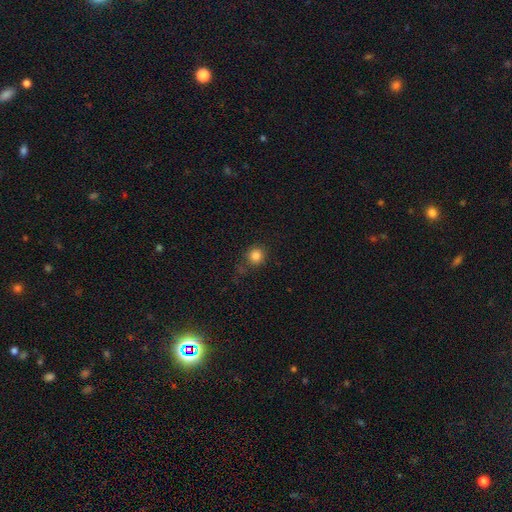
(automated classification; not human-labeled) This is clearly a smooth galaxy (83%). How rounded: clearly round (89%). Merging: likely none (80%).